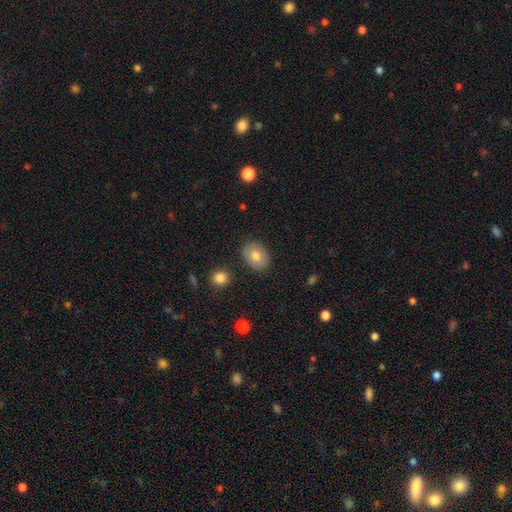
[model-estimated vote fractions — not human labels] Overall: smooth (75%). How rounded: in between (72%). Merging: none (86%).